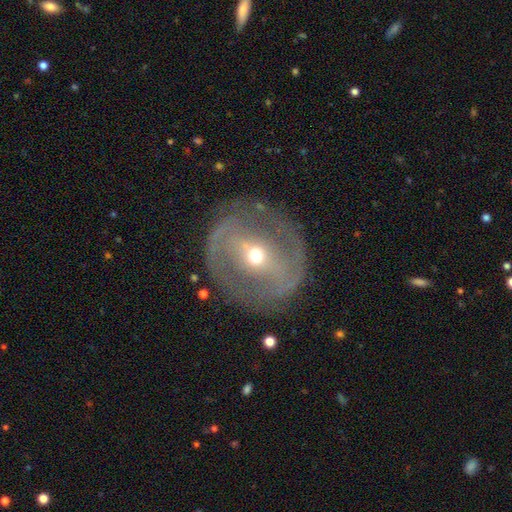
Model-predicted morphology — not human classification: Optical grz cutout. It shows a featured or disk galaxy (80%) with a strong bar (38%), 2 (80%) medium (44%) spiral arms (71%) and a moderate central bulge (56%). Merging: none (74%).